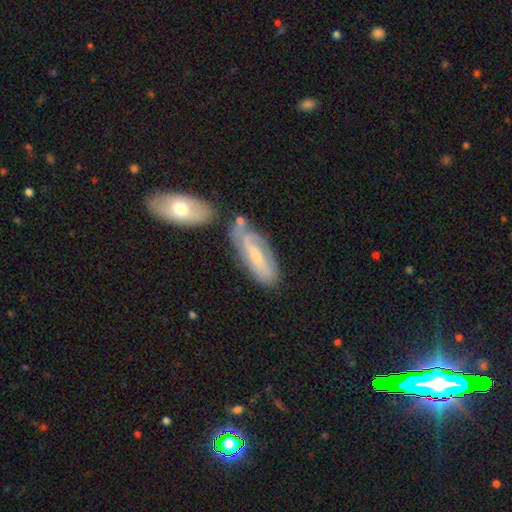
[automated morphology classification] The model was most divided on "smooth or featured": featured or disk: 59%, smooth: 35%, star or artifact: 7%. More confident: edge-on disk — no (83%); merging — none (57%).